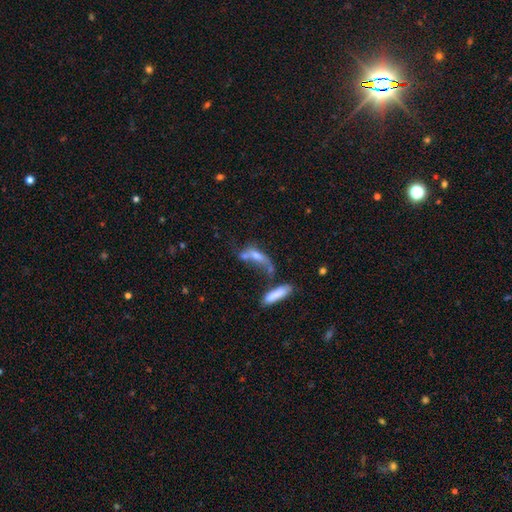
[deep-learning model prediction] Smooth or featured? smooth (54%)
How rounded? cigar-shaped (51%)
Merging? merger (46%)